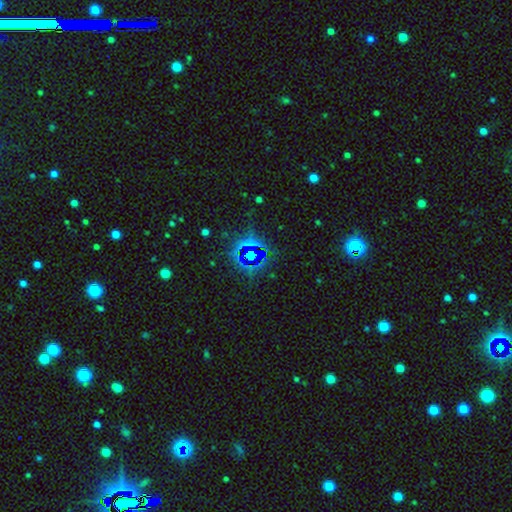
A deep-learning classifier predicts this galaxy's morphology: smooth-or-featured: star or artifact: 76% | smooth: 14% | featured or disk: 10%